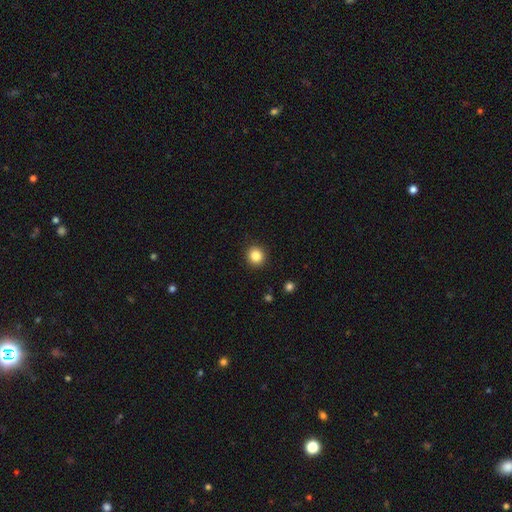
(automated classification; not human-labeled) Overall: smooth (85%). How rounded: round (91%). Merging: none (91%).